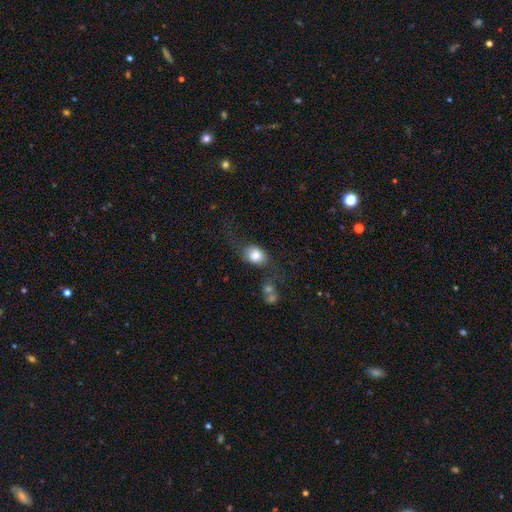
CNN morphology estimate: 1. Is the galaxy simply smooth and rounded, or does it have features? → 76% smooth, 16% featured or disk, 9% star or artifact.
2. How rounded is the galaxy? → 55% in between, 43% round, 2% cigar-shaped.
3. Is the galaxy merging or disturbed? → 47% none, 22% major disturbance, 22% minor disturbance, 10% merger.